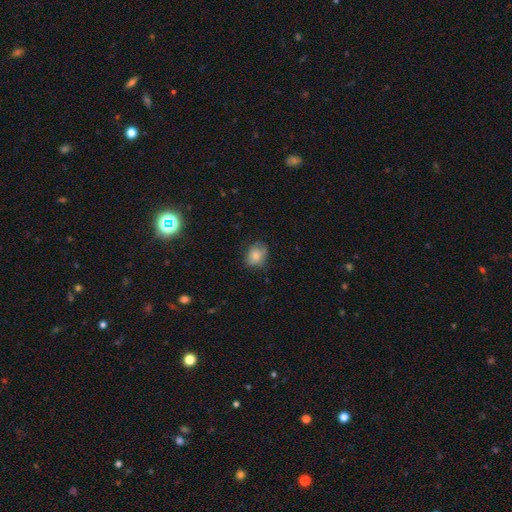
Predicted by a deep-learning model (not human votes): Smooth or featured: smooth — 79% (featured or disk — 12%)
How rounded: round — 50% (in between — 49%)
Merging: none — 67% (minor disturbance — 25%)